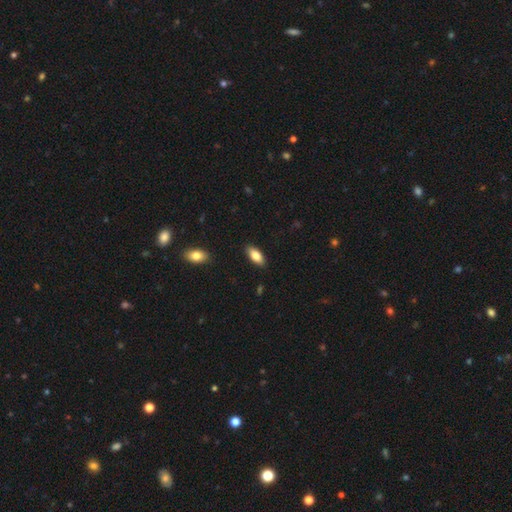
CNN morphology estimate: Smooth or featured? smooth (82%)
How rounded? in between (89%)
Merging? none (88%)